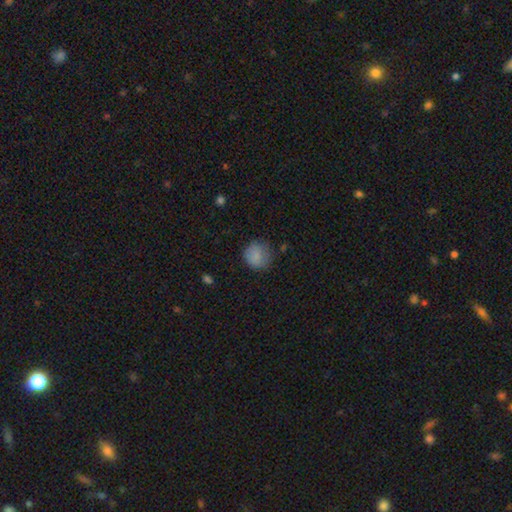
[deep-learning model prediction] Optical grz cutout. It shows a smooth galaxy with no disk features (83%) that is round (86%). Merging: none (70%).